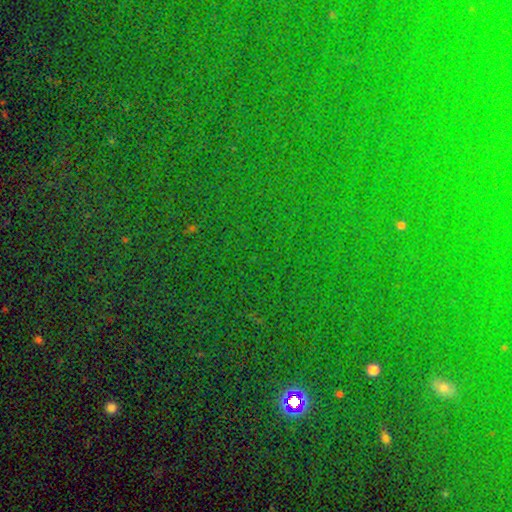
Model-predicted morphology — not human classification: Smooth or featured? Predicted: star or artifact (p=0.80).